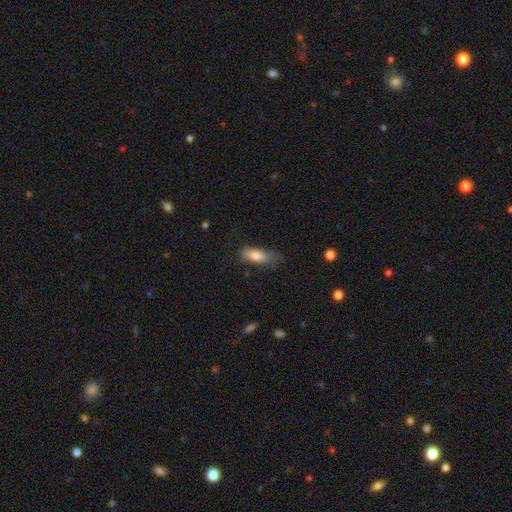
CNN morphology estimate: smooth 79%, featured or disk 13%, star or artifact 8%. Down the decision tree: how rounded — in between (72%); merging — none (46%).